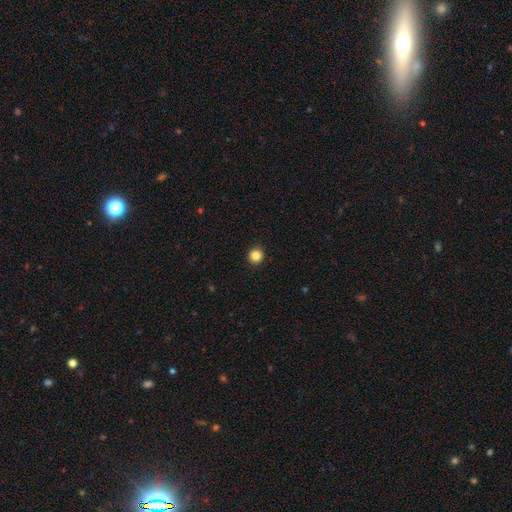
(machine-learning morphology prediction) Overall: smooth (85%). How rounded: round (93%). Merging: none (93%).